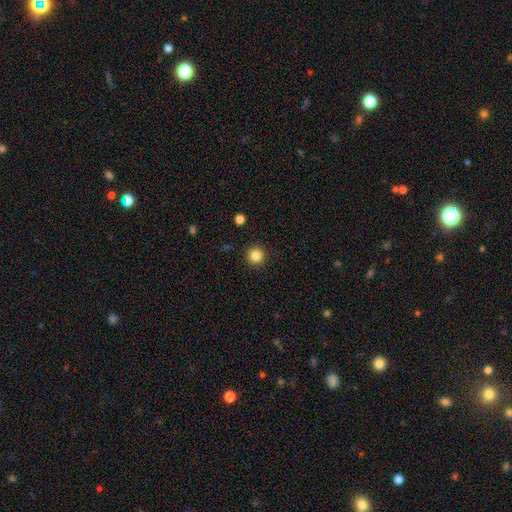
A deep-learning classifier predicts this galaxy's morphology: The model was most divided on "smooth or featured": smooth: 84%, star or artifact: 11%, featured or disk: 4%. More confident: how rounded — round (96%); merging — none (92%).